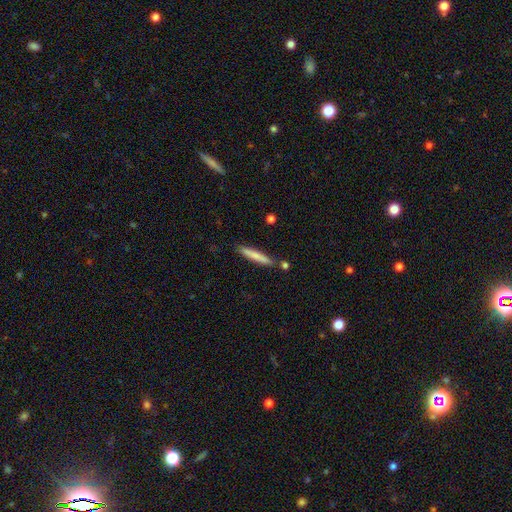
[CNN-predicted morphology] This is likely a smooth galaxy (72%). How rounded: clearly cigar-shaped (94%). Merging: clearly none (83%).